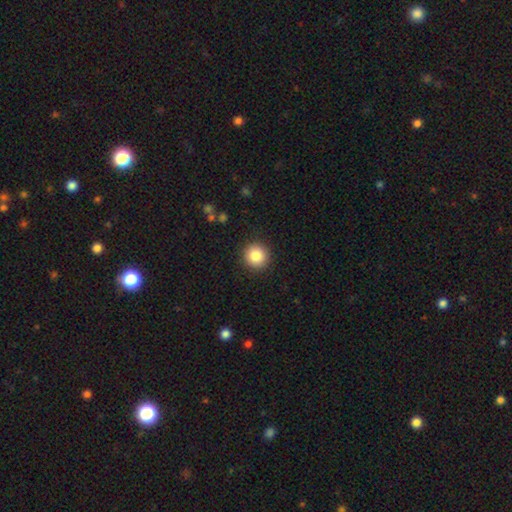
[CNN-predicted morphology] The model was most divided on "smooth or featured": smooth: 85%, star or artifact: 9%, featured or disk: 5%. More confident: how rounded — round (95%); merging — none (91%).